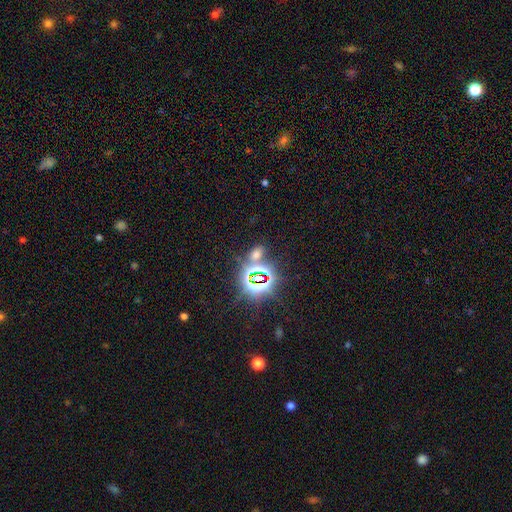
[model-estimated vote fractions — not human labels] A star or artifact, not a galaxy (63%).

Vote fractions:
- Smooth or featured? star or artifact: 63% / smooth: 28% / featured or disk: 9%